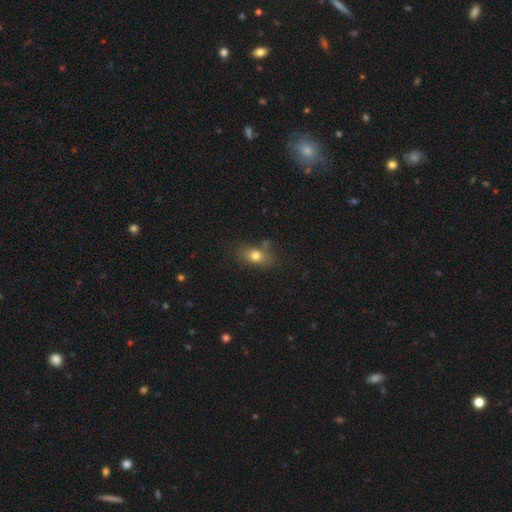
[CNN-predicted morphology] smooth-or-featured: smooth: 75% | featured or disk: 14% | star or artifact: 11%
  how-rounded: in between: 73% | round: 22% | cigar-shaped: 5%
  merging: none: 69% | minor disturbance: 19% | major disturbance: 6% | merger: 5%